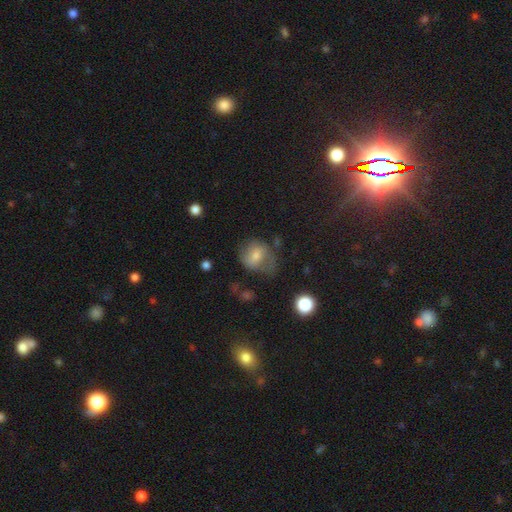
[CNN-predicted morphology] Q: Smooth or featured?
A: smooth (55%); runner-up: featured or disk (35%)
Q: How rounded?
A: round (60%); runner-up: in between (38%)
Q: Merging?
A: none (46%); runner-up: minor disturbance (28%)